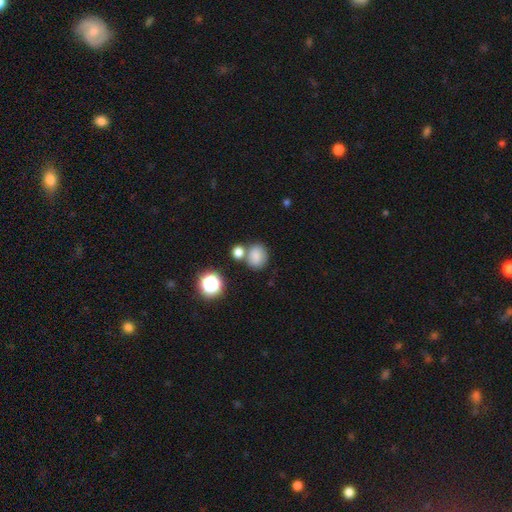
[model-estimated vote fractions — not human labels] This appears to be a smooth galaxy with no disk features (79%) that is round (66%). Merging: none (58%).